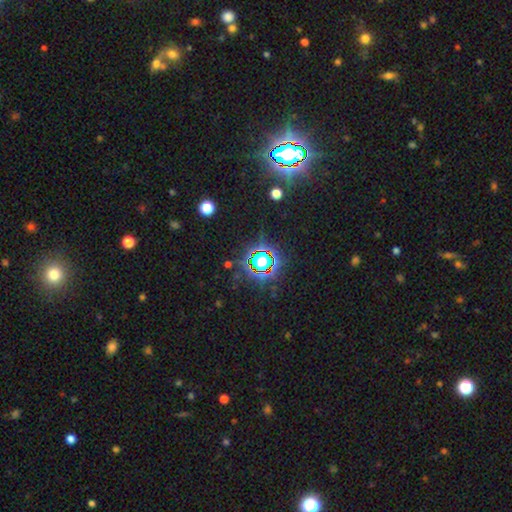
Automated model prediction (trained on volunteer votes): Morphology: type=star or artifact (76%).